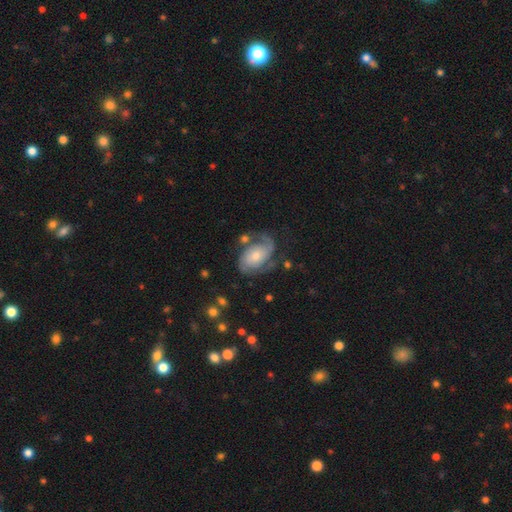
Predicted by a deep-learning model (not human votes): This is likely a featured or disk galaxy (79%). It is clearly not viewed edge-on (97%). Bar: likely no (69%). Spiral arm pattern: clearly yes (94%). Spiral arm count: clearly 2 (81%). Spiral winding: marginally medium (42%). Central bulge: possibly small (45%). Merging: possibly none (59%).